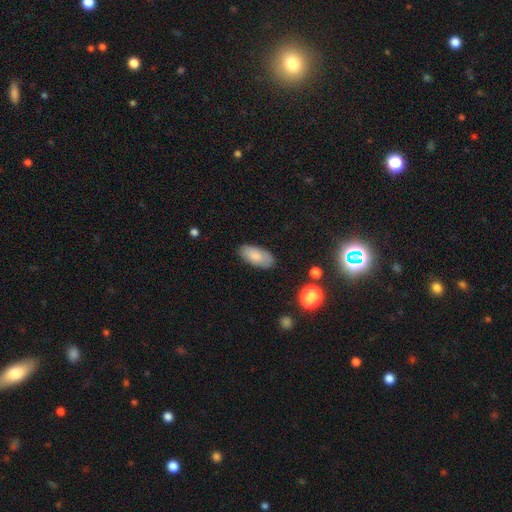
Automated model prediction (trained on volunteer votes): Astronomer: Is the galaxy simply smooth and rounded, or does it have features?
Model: smooth — 80%.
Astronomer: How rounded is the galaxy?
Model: in between — 92%.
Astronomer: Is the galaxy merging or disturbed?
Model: none — 81%.